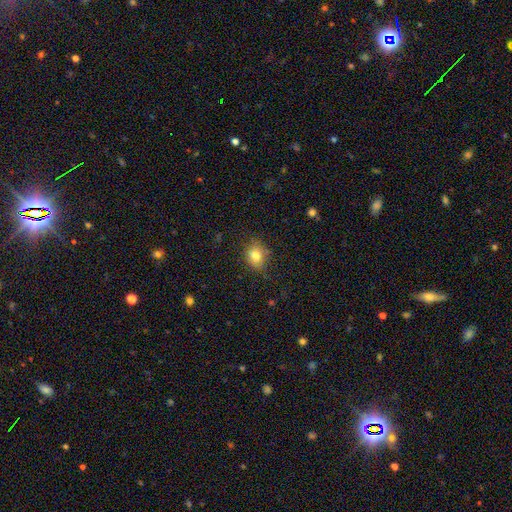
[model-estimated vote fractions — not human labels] smooth 81%, star or artifact 11%, featured or disk 8%. Down the decision tree: how rounded — round (50%); merging — none (80%).